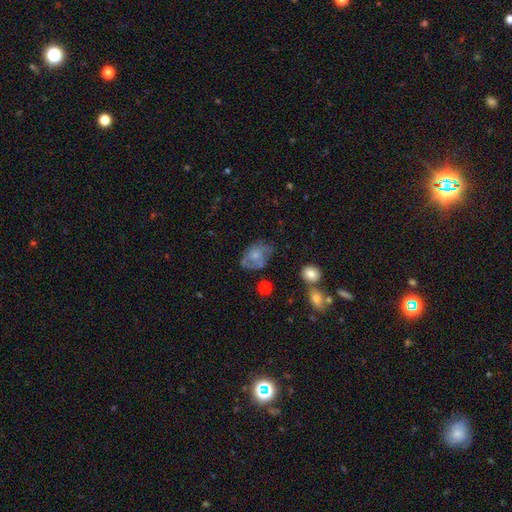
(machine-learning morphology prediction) This appears to be a smooth galaxy with no disk features (52%) that is in between round and cigar-shaped (74%). Merging: none (46%).